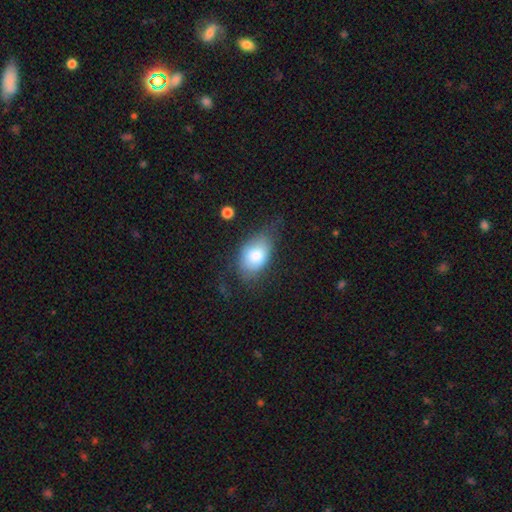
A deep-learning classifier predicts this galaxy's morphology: type=smooth (75%); roundness=in between (83%); merging=none (52%).